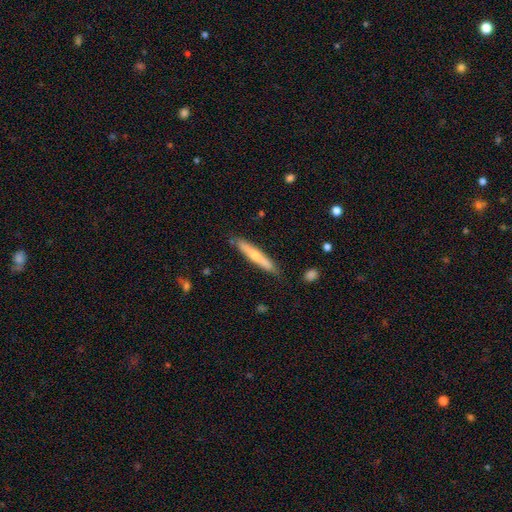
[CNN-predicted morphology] A smooth galaxy with no disk features (52%) that is cigar-shaped (93%). Merging: none (84%).